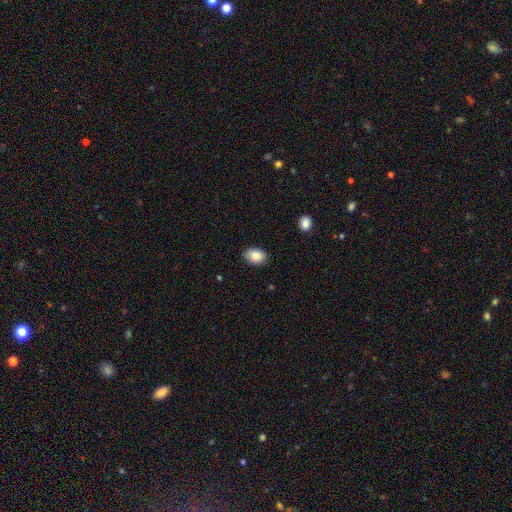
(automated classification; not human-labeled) smooth-or-featured: smooth: 87% | star or artifact: 7% | featured or disk: 6%
  how-rounded: in between: 82% | round: 17% | cigar-shaped: 1%
  merging: none: 87% | minor disturbance: 10% | major disturbance: 2% | merger: 1%